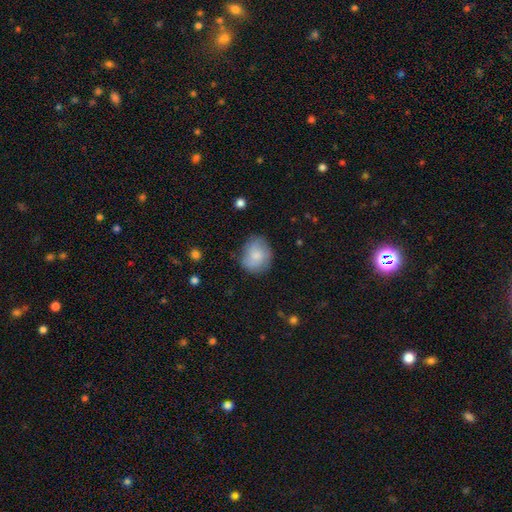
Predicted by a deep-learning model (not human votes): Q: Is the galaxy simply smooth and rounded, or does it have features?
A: smooth — 66%.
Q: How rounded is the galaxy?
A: round — 64%.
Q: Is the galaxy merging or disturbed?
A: none — 66%.